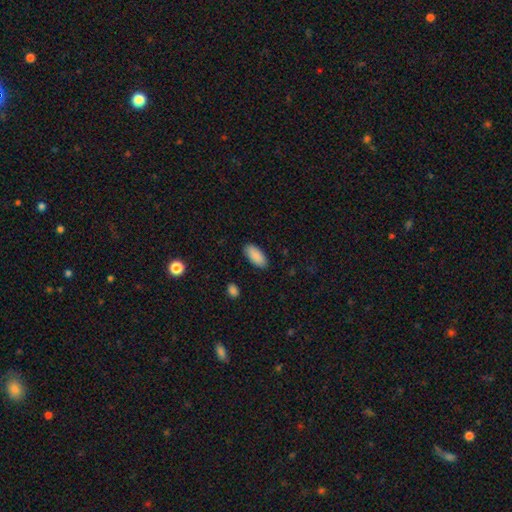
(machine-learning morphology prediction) This is clearly a smooth galaxy (90%). How rounded: clearly in between (90%). Merging: clearly none (88%).